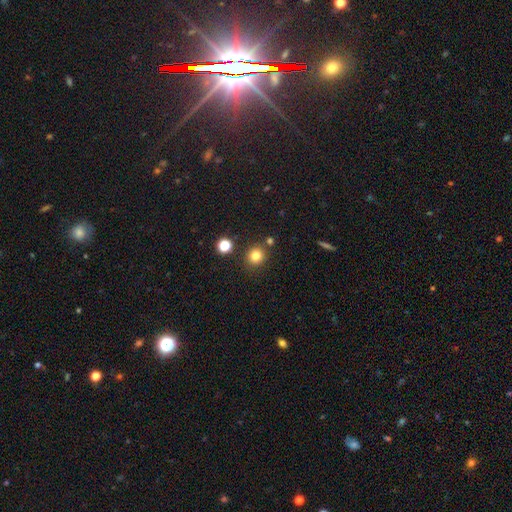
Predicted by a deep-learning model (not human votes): The model was most divided on "smooth or featured": smooth: 80%, star or artifact: 14%, featured or disk: 6%. More confident: how rounded — round (91%); merging — none (84%).